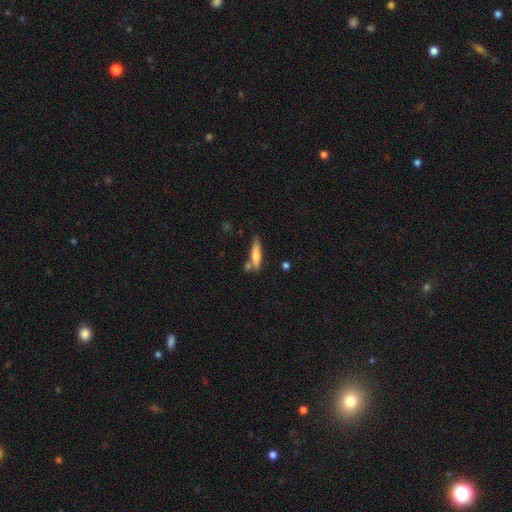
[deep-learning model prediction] smooth_or_featured: smooth (p=0.69) [alt: featured or disk p=0.24]
how_rounded: cigar-shaped (p=0.78) [alt: in between p=0.20]
merging: none (p=0.63) [alt: minor disturbance p=0.17]